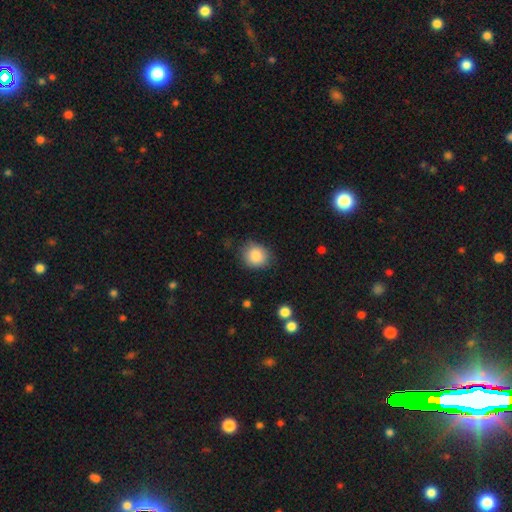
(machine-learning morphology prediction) A smooth galaxy with no disk features (85%) that is round (73%).

Vote fractions:
- Smooth or featured? smooth: 85% / star or artifact: 8% / featured or disk: 6%
- How rounded? round: 73% / in between: 26% / cigar-shaped: 1%
- Merging? none: 77% / minor disturbance: 18% / major disturbance: 4% / merger: 2%